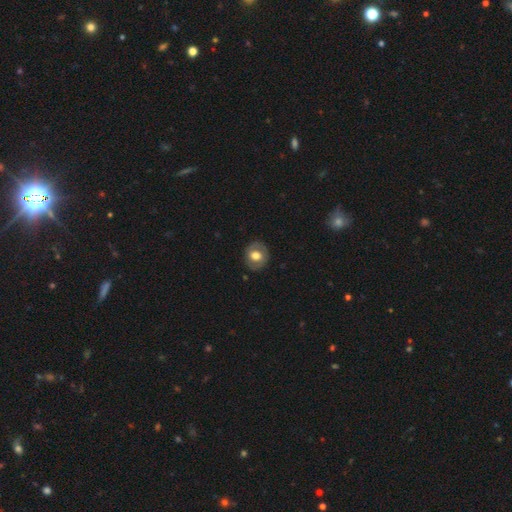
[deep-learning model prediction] The model was most divided on "smooth or featured": smooth: 58%, featured or disk: 35%, star or artifact: 7%. More confident: merging — none (83%); how rounded — round (78%).